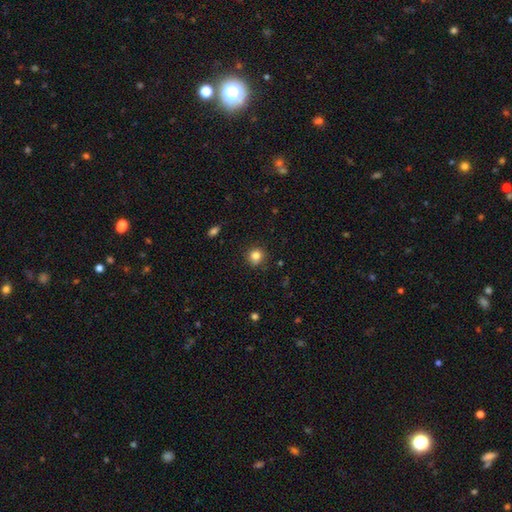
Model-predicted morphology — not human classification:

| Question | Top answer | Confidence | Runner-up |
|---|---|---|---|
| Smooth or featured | smooth | 82% | star or artifact (12%) |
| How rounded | round | 87% | in between (12%) |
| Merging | none | 86% | minor disturbance (10%) |